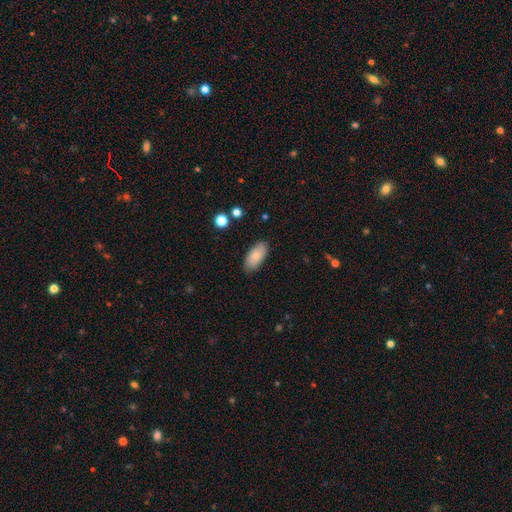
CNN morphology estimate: smooth 82%, featured or disk 11%, star or artifact 7%. Down the decision tree: how rounded — in between (91%); merging — none (84%).